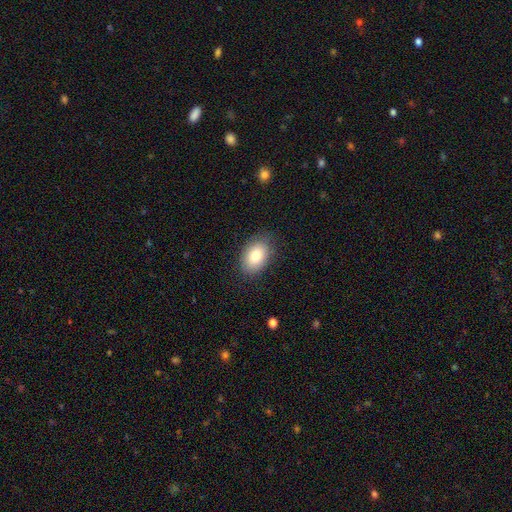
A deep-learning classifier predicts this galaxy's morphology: A smooth galaxy with no disk features (83%) that is in between round and cigar-shaped (89%).

Vote fractions:
- Smooth or featured? smooth: 83% / featured or disk: 9% / star or artifact: 7%
- How rounded? in between: 89% / round: 10% / cigar-shaped: 1%
- Merging? none: 84% / minor disturbance: 12% / major disturbance: 3% / merger: 1%